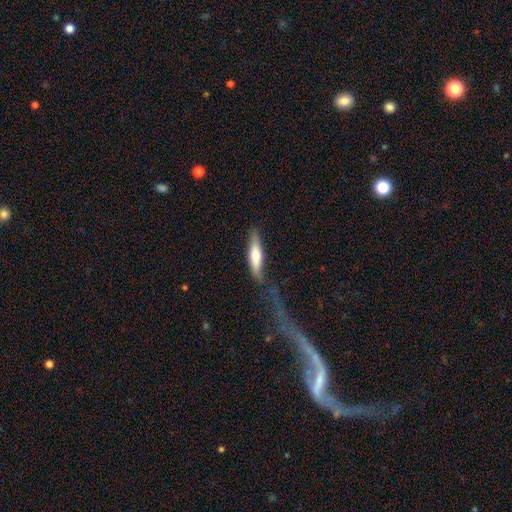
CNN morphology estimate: A smooth galaxy with no disk features (58%) that is cigar-shaped (70%).

Vote fractions:
- Smooth or featured? smooth: 58% / featured or disk: 37% / star or artifact: 5%
- How rounded? cigar-shaped: 70% / in between: 28% / round: 2%
- Merging? none: 58% / minor disturbance: 24% / major disturbance: 13% / merger: 4%